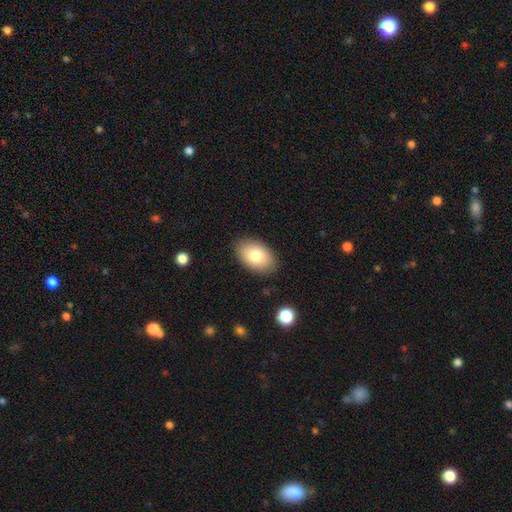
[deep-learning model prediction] smooth 79%, featured or disk 13%, star or artifact 7%. Down the decision tree: how rounded — in between (90%); merging — none (85%).